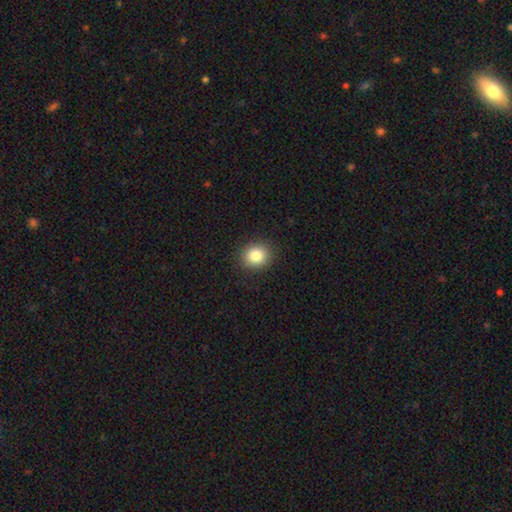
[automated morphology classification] This is clearly a smooth galaxy (83%). How rounded: likely round (73%). Merging: clearly none (90%).